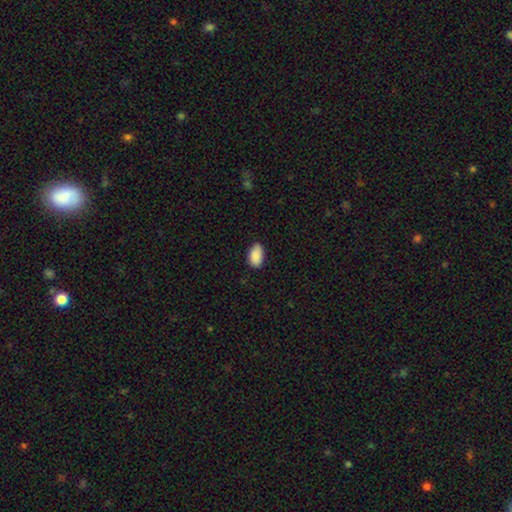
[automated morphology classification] Smooth or featured? Predicted: smooth (p=0.90). How rounded? Predicted: in between (p=0.93). Merging? Predicted: none (p=0.81).